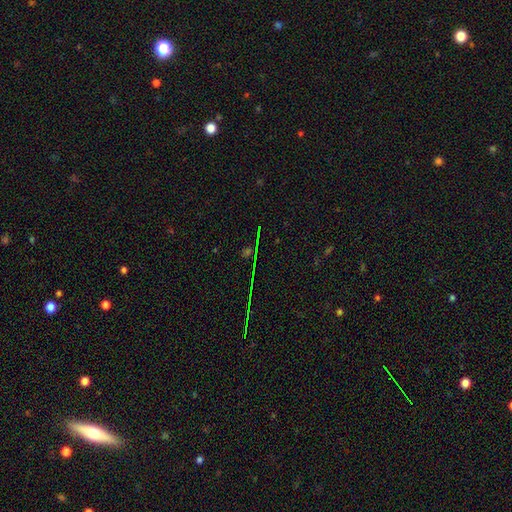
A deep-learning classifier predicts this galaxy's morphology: This is likely a star or artifact rather than a galaxy (78%).